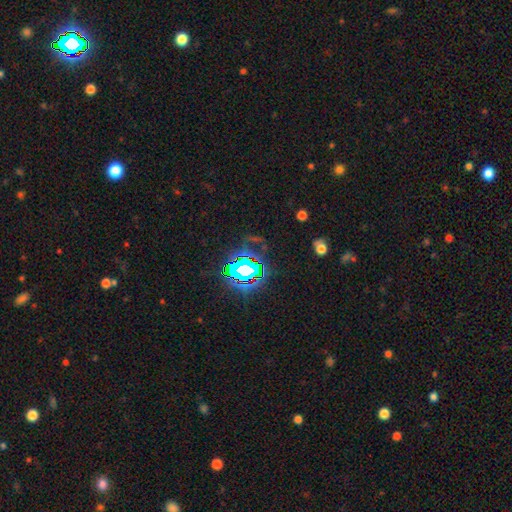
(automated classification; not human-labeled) smooth-or-featured: star or artifact: 79% | smooth: 12% | featured or disk: 8%